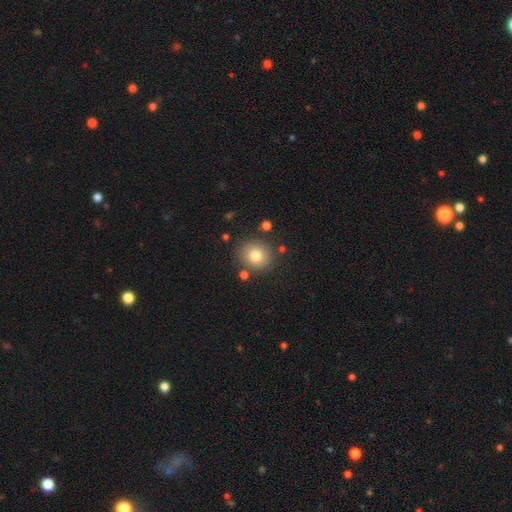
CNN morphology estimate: Smooth or featured? smooth (77%)
How rounded? round (82%)
Merging? none (83%)